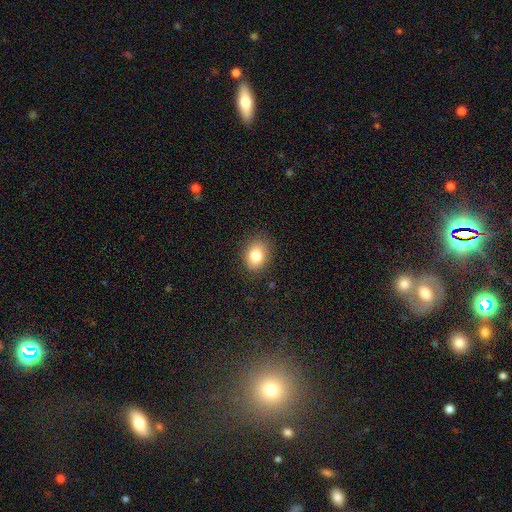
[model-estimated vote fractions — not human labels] Smooth or featured: smooth — 81% (star or artifact — 10%)
How rounded: in between — 62% (round — 37%)
Merging: none — 85% (minor disturbance — 11%)